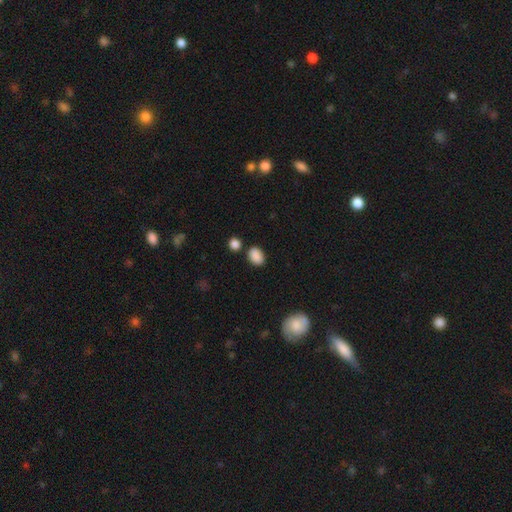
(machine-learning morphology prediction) Smooth or featured?
  - smooth: 87% *
  - star or artifact: 9%
  - featured or disk: 4%
How rounded?
  - in between: 77% *
  - round: 22%
  - cigar-shaped: 1%
Merging?
  - none: 74% *
  - minor disturbance: 14%
  - merger: 9%
  - major disturbance: 3%